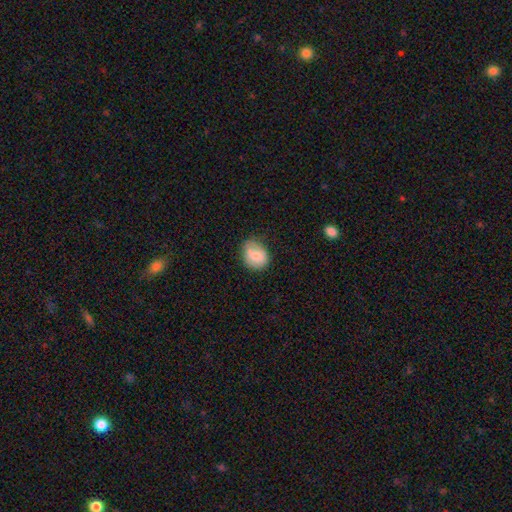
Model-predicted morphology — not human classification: Overall: smooth (78%). How rounded: in between (53%; round 46%). Merging: none (63%; minor disturbance 28%).